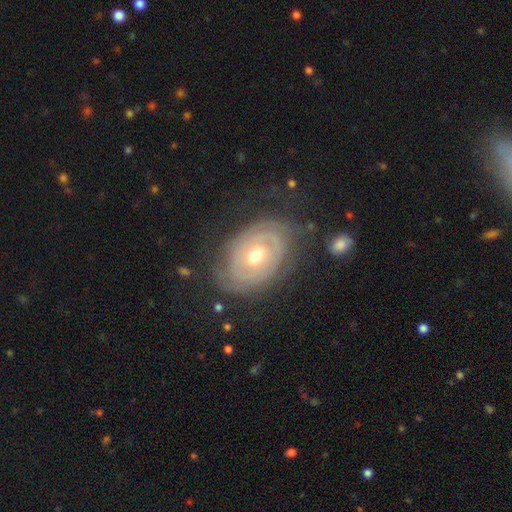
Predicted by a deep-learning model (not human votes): The model was most divided on "spiral arm count": can't tell: 41%, 2: 34%, 3: 9%, 1: 7%, 4: 4%, more than 4: 4%. More confident: edge-on disk — no (95%); smooth or featured — featured or disk (78%); spiral arms — yes (77%); bar — no (76%); spiral winding — tight (74%); merging — none (70%); bulge size — moderate (67%).